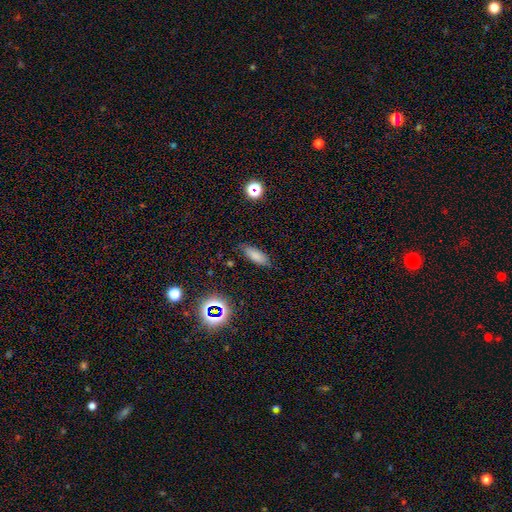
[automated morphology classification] A smooth galaxy with no disk features (77%) that is in between round and cigar-shaped (63%).

Vote fractions:
- Smooth or featured? smooth: 77% / star or artifact: 13% / featured or disk: 10%
- How rounded? in between: 63% / cigar-shaped: 34% / round: 3%
- Merging? none: 82% / minor disturbance: 13% / major disturbance: 3% / merger: 2%